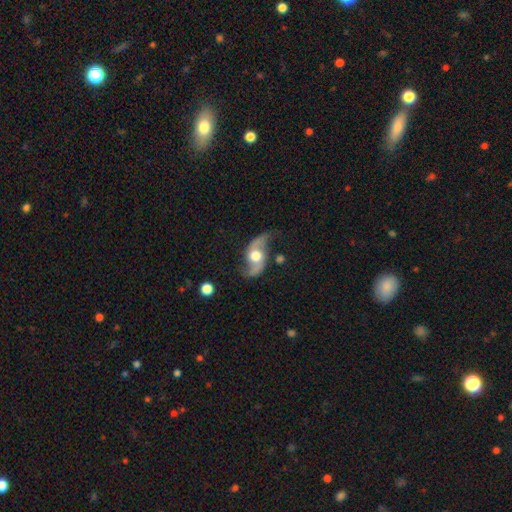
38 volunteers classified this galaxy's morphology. Smooth or featured: featured or disk — 97% (star or artifact — 3%)
Edge-on disk: no — 97% (yes — 3%)
Bar: no — 75% (weak — 17%)
Spiral arms: yes — 97% (no — 3%)
Spiral winding: loose — 77% (medium — 23%)
Spiral arm count: 2 — 100%
Bulge size: moderate — 72% (large — 25%)
Merging: none — 86% (minor disturbance — 5%)